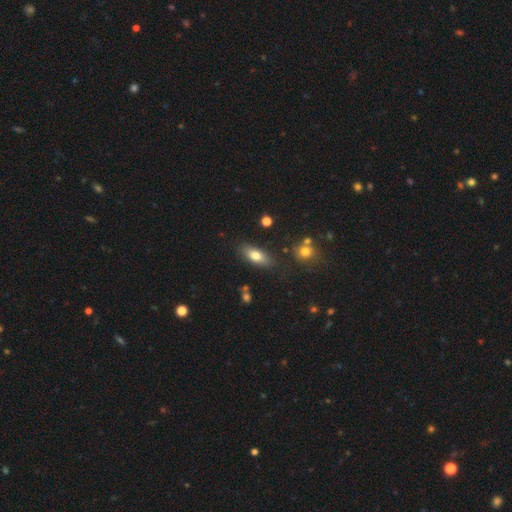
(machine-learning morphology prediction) Smooth or featured?
  - smooth: 74% *
  - featured or disk: 18%
  - star or artifact: 8%
How rounded?
  - in between: 80% *
  - cigar-shaped: 17%
  - round: 4%
Merging?
  - none: 81% *
  - minor disturbance: 13%
  - merger: 3%
  - major disturbance: 3%